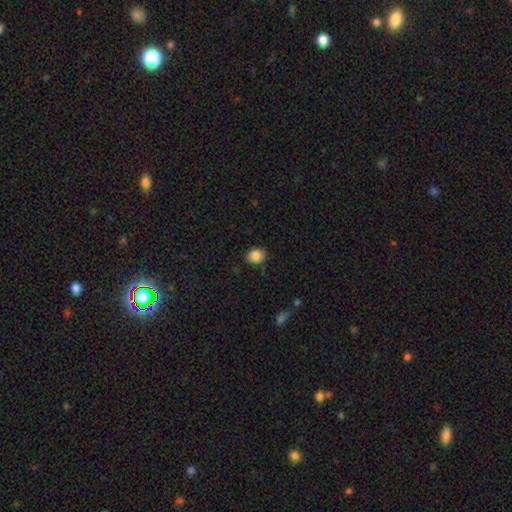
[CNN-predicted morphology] Q: Smooth or featured?
A: smooth (85%); runner-up: star or artifact (9%)
Q: How rounded?
A: round (54%); runner-up: in between (45%)
Q: Merging?
A: none (84%); runner-up: minor disturbance (12%)